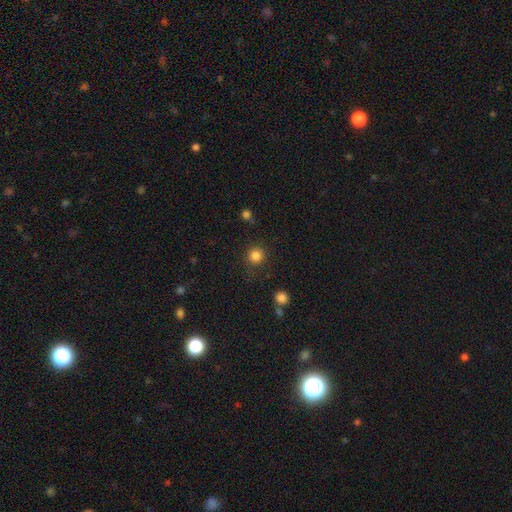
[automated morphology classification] smooth_or_featured: smooth (p=0.84) [alt: star or artifact p=0.12]
how_rounded: round (p=0.93) [alt: in between p=0.06]
merging: none (p=0.84) [alt: minor disturbance p=0.10]